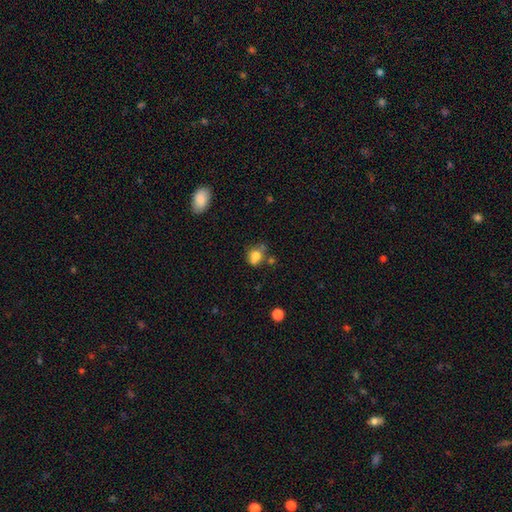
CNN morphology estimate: Q: Smooth or featured?
A: smooth (74%); runner-up: featured or disk (14%)
Q: How rounded?
A: round (61%); runner-up: in between (38%)
Q: Merging?
A: none (48%); runner-up: minor disturbance (24%)